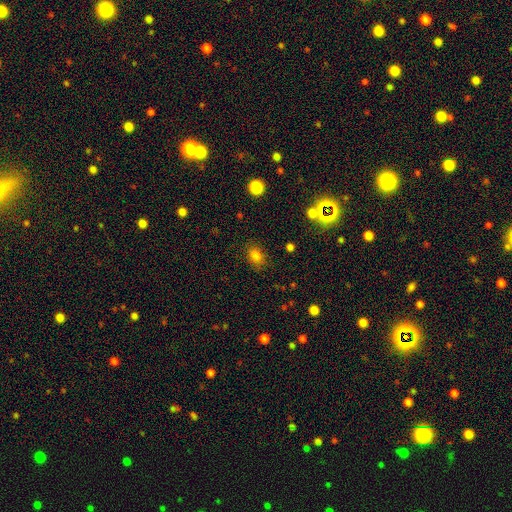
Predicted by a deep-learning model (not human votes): Smooth or featured: smooth — 80% (star or artifact — 14%)
How rounded: in between — 66% (round — 32%)
Merging: none — 81% (minor disturbance — 13%)